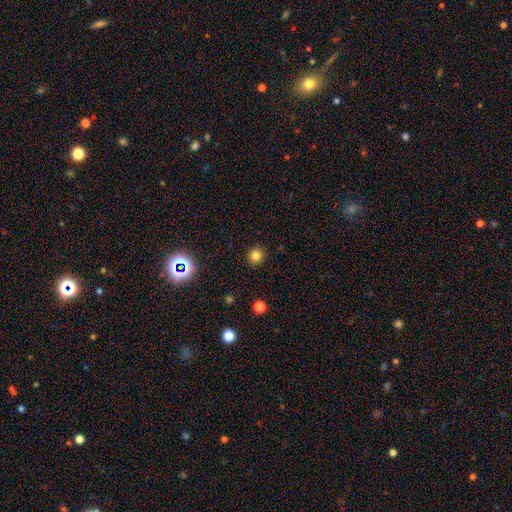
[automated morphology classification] Smooth or featured? smooth (80%)
How rounded? round (92%)
Merging? none (91%)